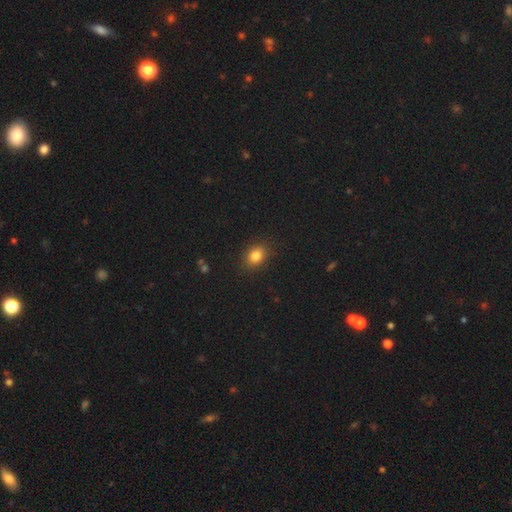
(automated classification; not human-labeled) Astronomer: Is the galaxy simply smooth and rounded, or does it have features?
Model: smooth — 83%.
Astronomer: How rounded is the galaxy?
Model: in between — 58% (runner-up: round, 41%).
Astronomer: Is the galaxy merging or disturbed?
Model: none — 87%.